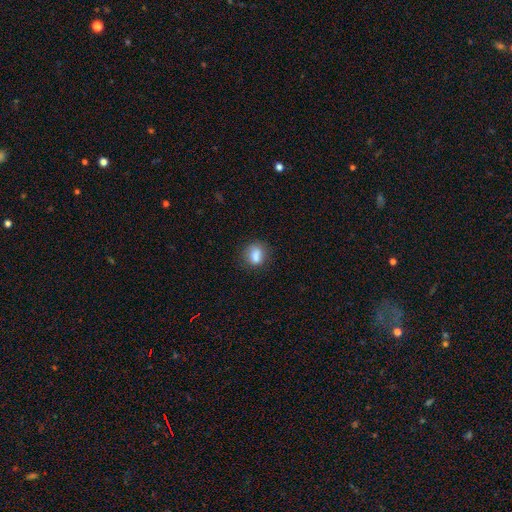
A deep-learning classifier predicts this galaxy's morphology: Smooth or featured? smooth (81%)
How rounded? in between (55%)
Merging? none (69%)